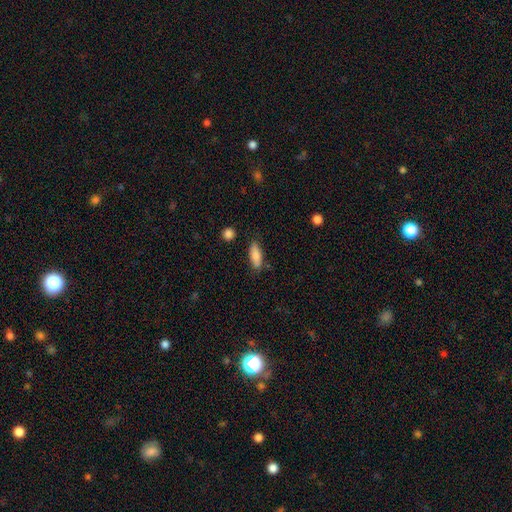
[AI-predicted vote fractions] A smooth galaxy with no disk features (82%) that is in between round and cigar-shaped (71%).

Vote fractions:
- Smooth or featured? smooth: 82% / featured or disk: 12% / star or artifact: 7%
- How rounded? in between: 71% / cigar-shaped: 26% / round: 3%
- Merging? none: 80% / minor disturbance: 14% / major disturbance: 3% / merger: 3%